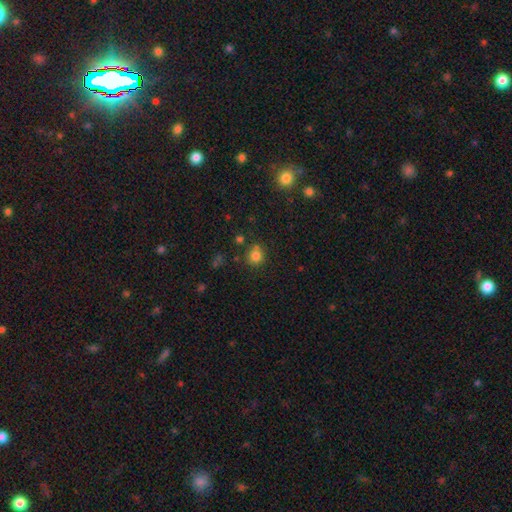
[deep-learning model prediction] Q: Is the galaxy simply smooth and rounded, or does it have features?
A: smooth — 80%.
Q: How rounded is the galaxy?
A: round — 83%.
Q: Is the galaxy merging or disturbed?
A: none — 70%.